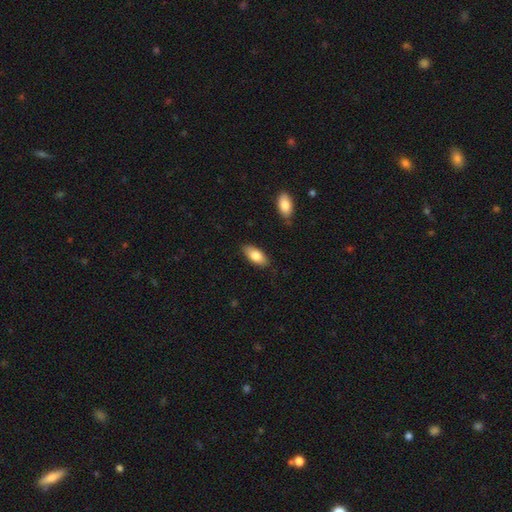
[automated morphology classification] A smooth galaxy with no disk features (82%) that is in between round and cigar-shaped (90%). Merging: none (83%).